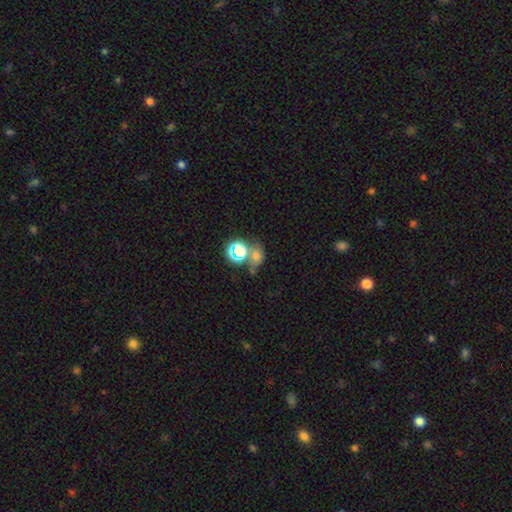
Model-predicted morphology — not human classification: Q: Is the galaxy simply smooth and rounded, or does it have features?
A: smooth — 55%.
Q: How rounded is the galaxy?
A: round — 58%.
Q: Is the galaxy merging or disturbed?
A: none — 43%.